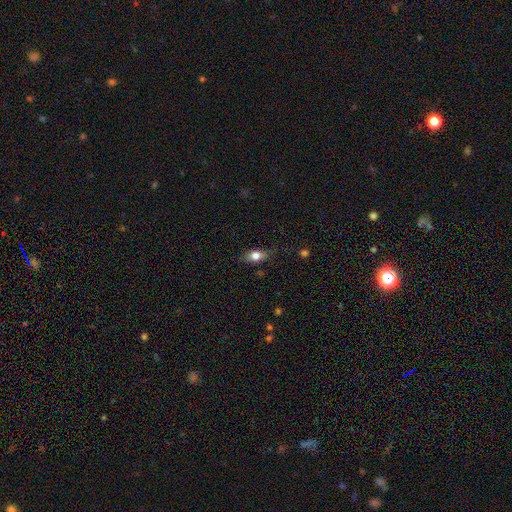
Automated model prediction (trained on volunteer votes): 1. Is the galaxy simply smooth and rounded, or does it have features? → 73% smooth, 18% featured or disk, 9% star or artifact.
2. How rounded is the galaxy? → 74% in between, 16% round, 11% cigar-shaped.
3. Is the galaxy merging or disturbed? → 76% none, 18% minor disturbance, 4% major disturbance, 1% merger.